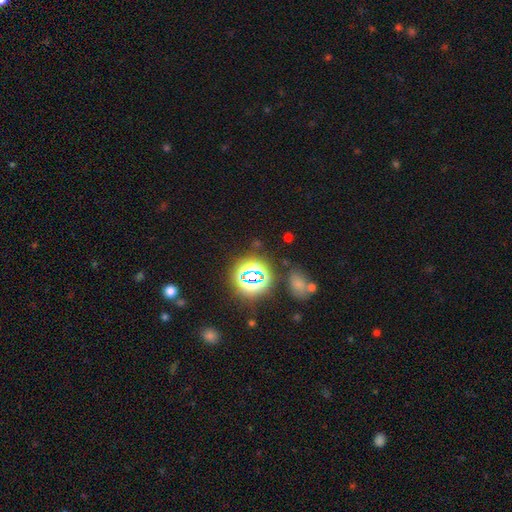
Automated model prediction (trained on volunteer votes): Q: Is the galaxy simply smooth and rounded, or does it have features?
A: star or artifact — 66%.